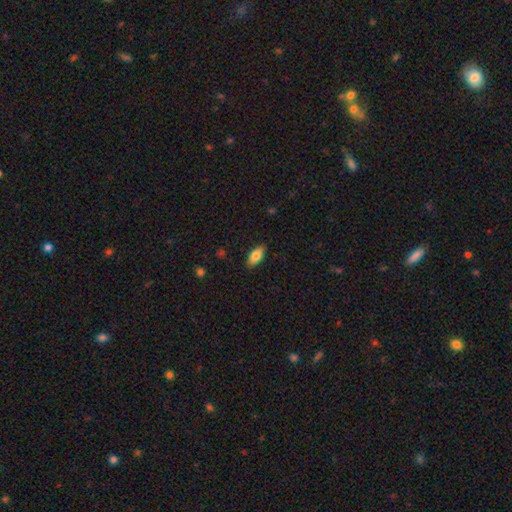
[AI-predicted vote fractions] This is clearly a smooth galaxy (81%). How rounded: clearly in between (90%). Merging: clearly none (88%).